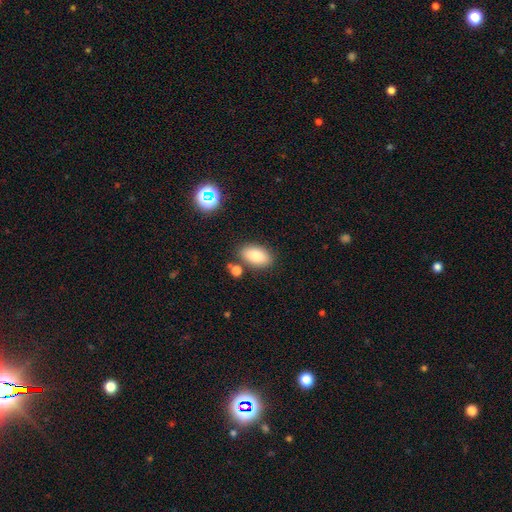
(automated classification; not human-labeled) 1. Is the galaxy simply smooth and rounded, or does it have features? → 83% smooth, 9% featured or disk, 8% star or artifact.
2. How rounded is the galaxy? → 92% in between, 5% round, 2% cigar-shaped.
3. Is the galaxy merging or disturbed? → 79% none, 11% minor disturbance, 7% merger, 3% major disturbance.